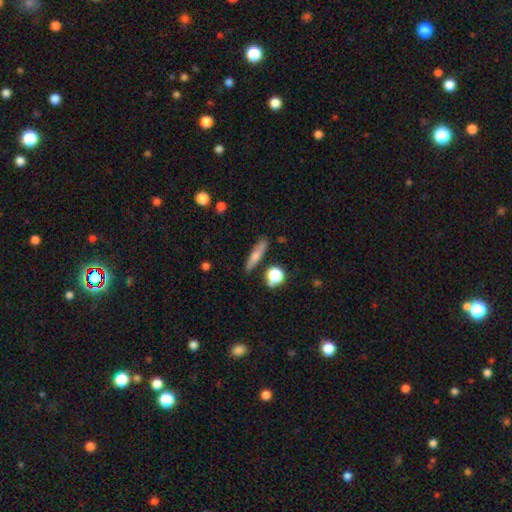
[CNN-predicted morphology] A smooth galaxy with no disk features (66%) that is cigar-shaped (78%). Merging: none (80%).